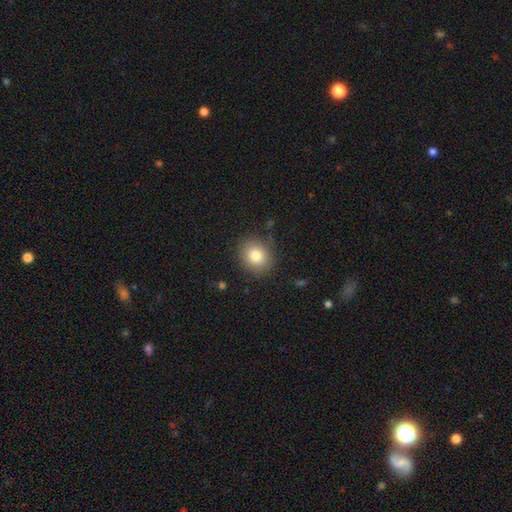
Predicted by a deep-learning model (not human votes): Morphology: type=smooth (81%); roundness=round (79%); merging=none (86%).